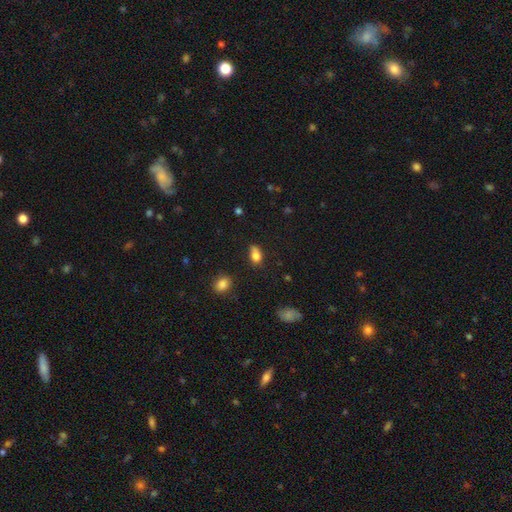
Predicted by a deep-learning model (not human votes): Smooth or featured? smooth (79%)
How rounded? in between (77%)
Merging? none (47%)